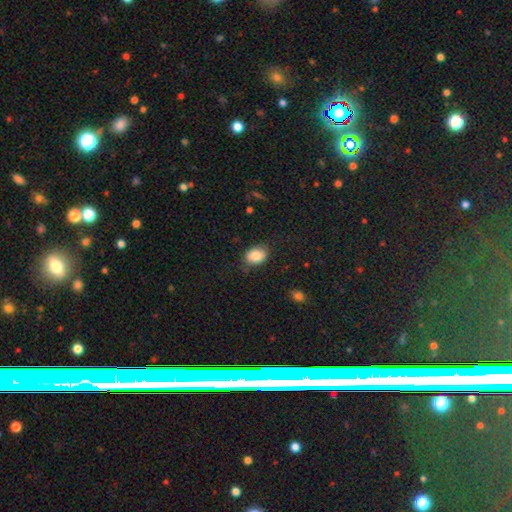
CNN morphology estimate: A smooth galaxy with no disk features (84%) that is in between round and cigar-shaped (77%).

Vote fractions:
- Smooth or featured? smooth: 84% / featured or disk: 8% / star or artifact: 8%
- How rounded? in between: 77% / round: 22% / cigar-shaped: 1%
- Merging? none: 74% / minor disturbance: 19% / major disturbance: 5% / merger: 1%